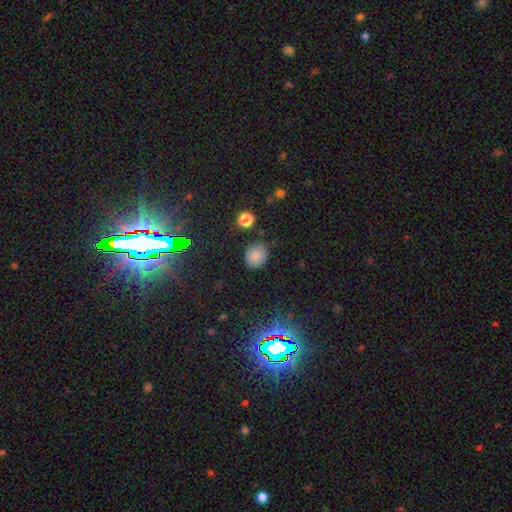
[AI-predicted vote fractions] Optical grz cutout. It shows a smooth galaxy with no disk features (81%) that is round (59%). Merging: none (81%).